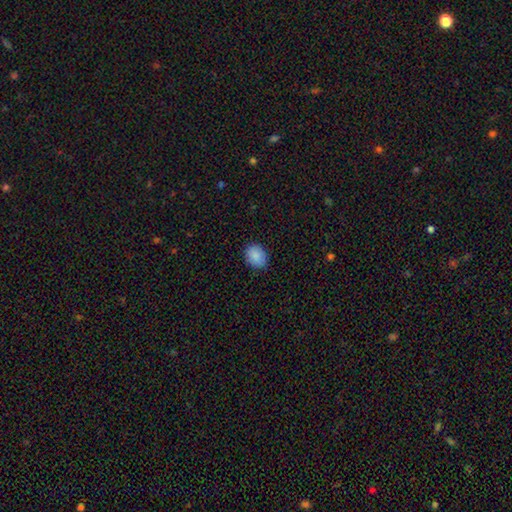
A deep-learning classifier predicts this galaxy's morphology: Smooth or featured? smooth (89%)
How rounded? in between (56%)
Merging? none (87%)